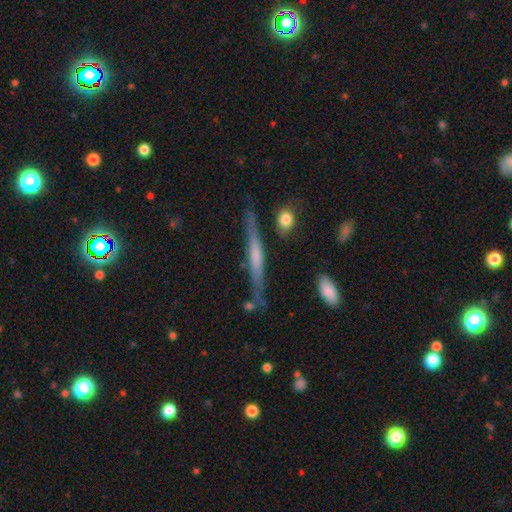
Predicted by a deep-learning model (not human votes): Smooth or featured? Predicted: featured or disk (p=0.56). Edge-on disk? Predicted: yes (p=0.95). Edge-on bulge? Predicted: none (p=0.49). Merging? Predicted: none (p=0.78).